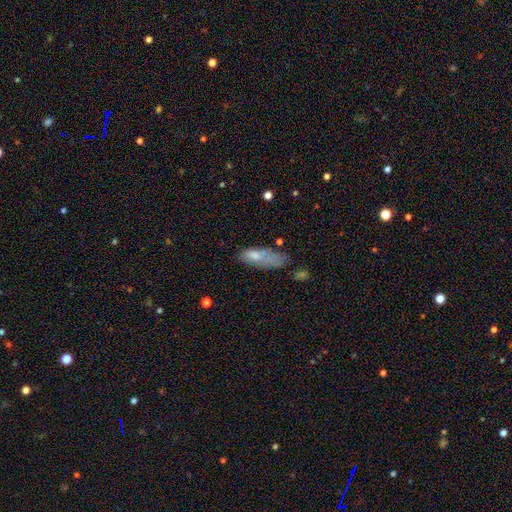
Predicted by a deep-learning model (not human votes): The model was most divided on "merging": none: 36%, minor disturbance: 29%, major disturbance: 21%, merger: 14%. More confident: how rounded — in between (67%); smooth or featured — smooth (67%).